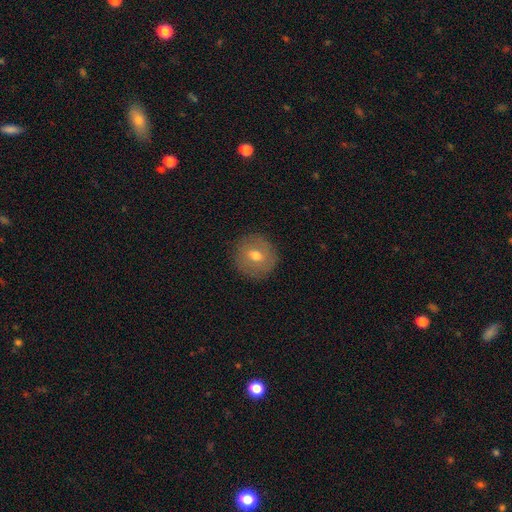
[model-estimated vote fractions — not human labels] Smooth or featured? smooth (61%)
How rounded? round (92%)
Merging? none (89%)